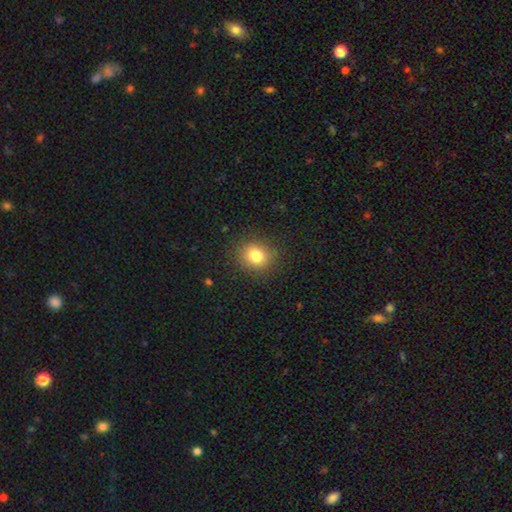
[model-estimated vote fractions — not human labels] smooth_or_featured: smooth (p=0.81) [alt: star or artifact p=0.12]
how_rounded: round (p=0.77) [alt: in between p=0.22]
merging: none (p=0.87) [alt: minor disturbance p=0.09]